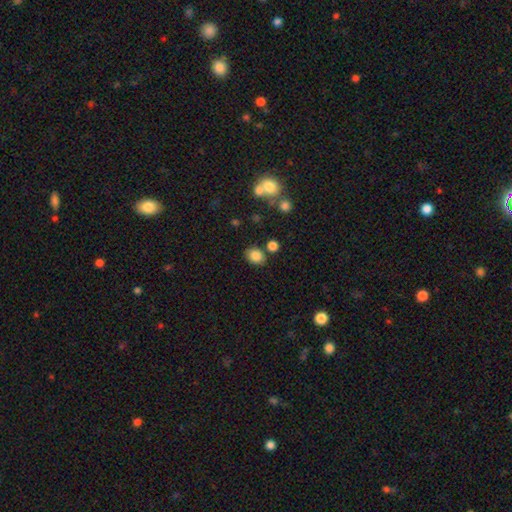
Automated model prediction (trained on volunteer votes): A smooth galaxy with no disk features (84%) that is round (53%). Merging: none (76%).